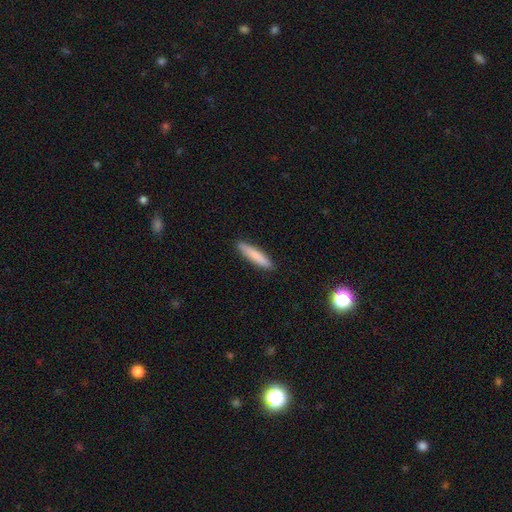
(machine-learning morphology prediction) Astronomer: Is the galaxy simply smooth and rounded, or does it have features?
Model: smooth — 83%.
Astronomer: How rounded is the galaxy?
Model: cigar-shaped — 90%.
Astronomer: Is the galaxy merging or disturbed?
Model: none — 91%.